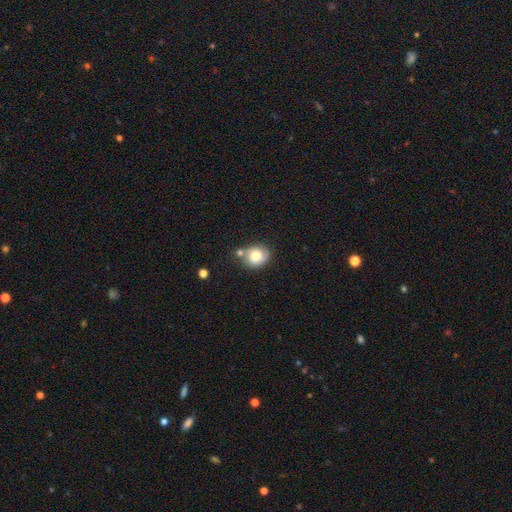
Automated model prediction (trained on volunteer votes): Smooth or featured: smooth — 58% (featured or disk — 33%)
How rounded: round — 67% (in between — 32%)
Merging: none — 55% (minor disturbance — 21%)